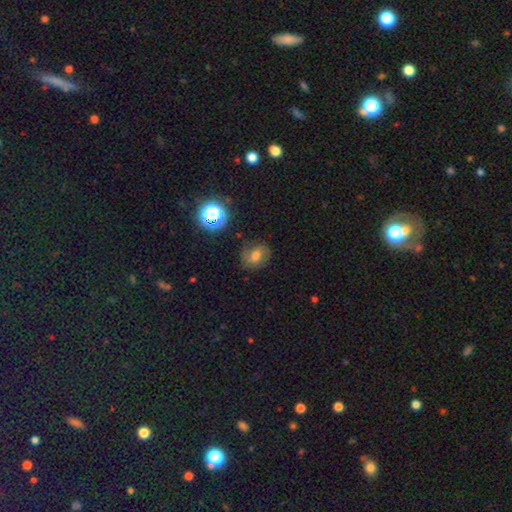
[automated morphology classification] This appears to be a smooth galaxy with no disk features (46%). Merging: none (73%).